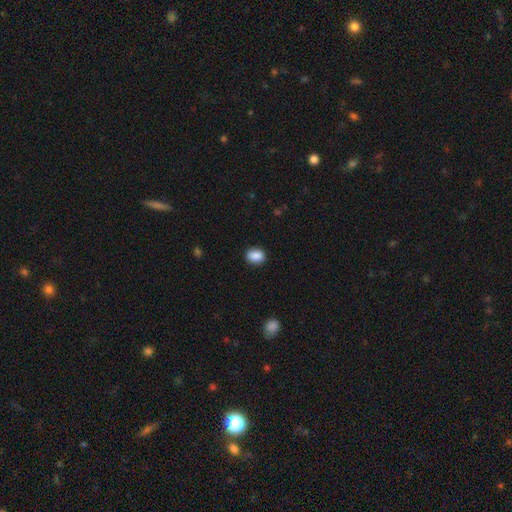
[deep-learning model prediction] Smooth or featured? Predicted: smooth (p=0.89). How rounded? Predicted: in between (p=0.65). Merging? Predicted: none (p=0.87).